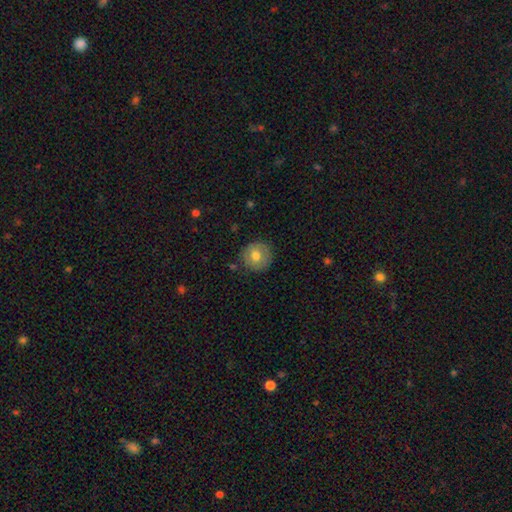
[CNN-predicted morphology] This appears to be a smooth galaxy with no disk features (70%) that is round (92%). Merging: none (84%).